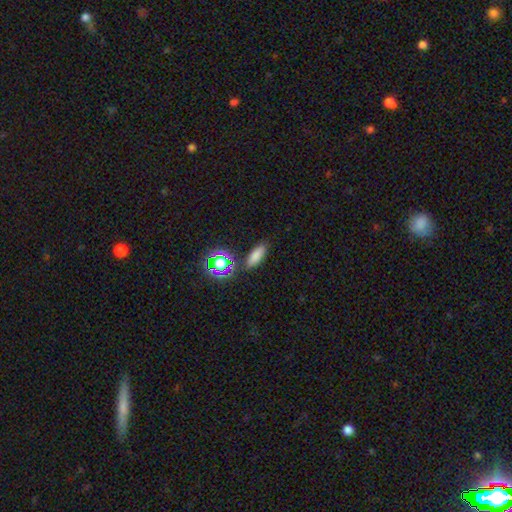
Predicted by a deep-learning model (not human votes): Morphology: type=smooth (74%); roundness=in between (67%); merging=none (82%).